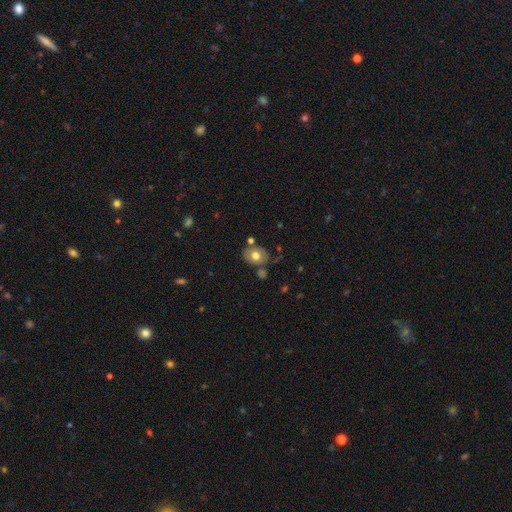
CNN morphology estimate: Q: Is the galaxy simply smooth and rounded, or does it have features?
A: smooth — 63%.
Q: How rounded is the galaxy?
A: in between — 60%.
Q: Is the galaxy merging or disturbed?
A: none — 67%.